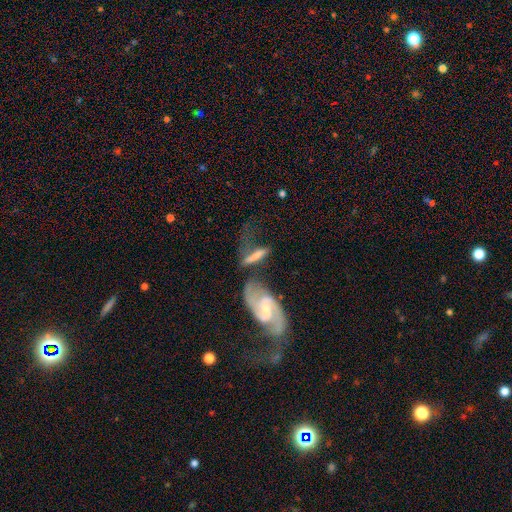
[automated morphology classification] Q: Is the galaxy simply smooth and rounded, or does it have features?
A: featured or disk — 53%.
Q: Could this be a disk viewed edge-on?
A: no — 68%.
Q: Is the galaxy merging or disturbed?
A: none — 34%.